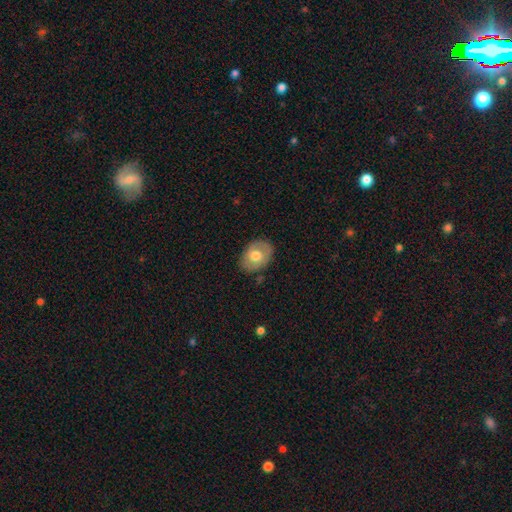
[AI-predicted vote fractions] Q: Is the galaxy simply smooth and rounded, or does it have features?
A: smooth — 64%.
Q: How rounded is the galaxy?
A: in between — 72%.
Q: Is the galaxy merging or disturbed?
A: none — 80%.